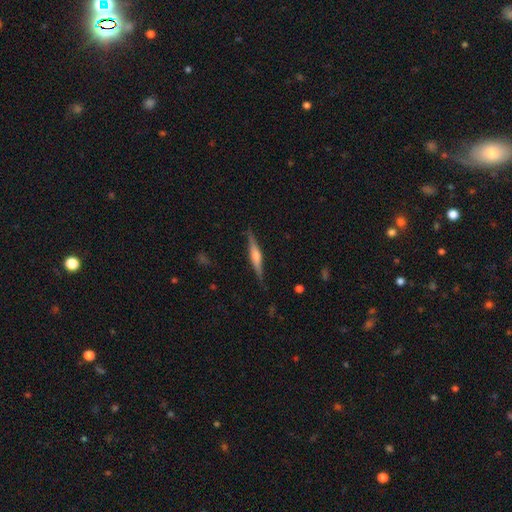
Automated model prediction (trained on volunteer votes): This is likely a featured or disk galaxy (71%). It is clearly viewed edge-on (97%). Edge-on bulge: likely rounded (71%). Merging: clearly none (87%).